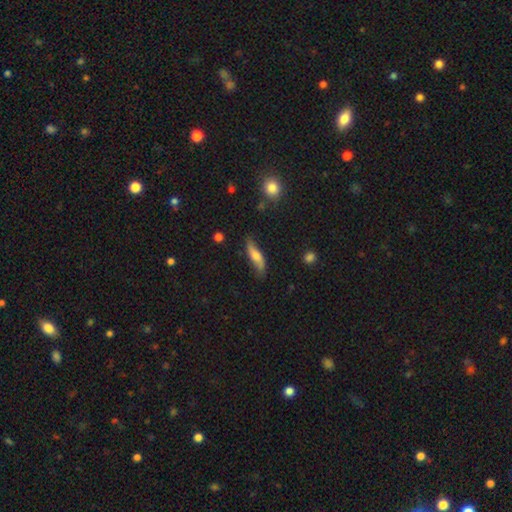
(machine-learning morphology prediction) A smooth galaxy with no disk features (53%) that is cigar-shaped (57%).

Vote fractions:
- Smooth or featured? smooth: 53% / featured or disk: 40% / star or artifact: 7%
- How rounded? cigar-shaped: 57% / in between: 40% / round: 3%
- Merging? none: 69% / minor disturbance: 23% / major disturbance: 5% / merger: 2%